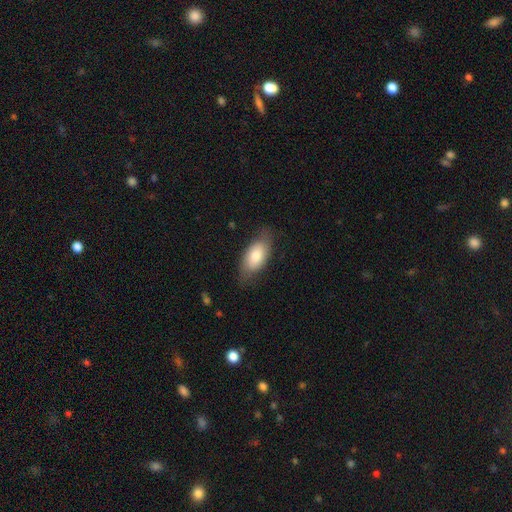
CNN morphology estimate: Smooth or featured?
  - smooth: 76% *
  - featured or disk: 18%
  - star or artifact: 6%
How rounded?
  - in between: 91% *
  - cigar-shaped: 6%
  - round: 3%
Merging?
  - none: 71% *
  - minor disturbance: 22%
  - major disturbance: 6%
  - merger: 1%